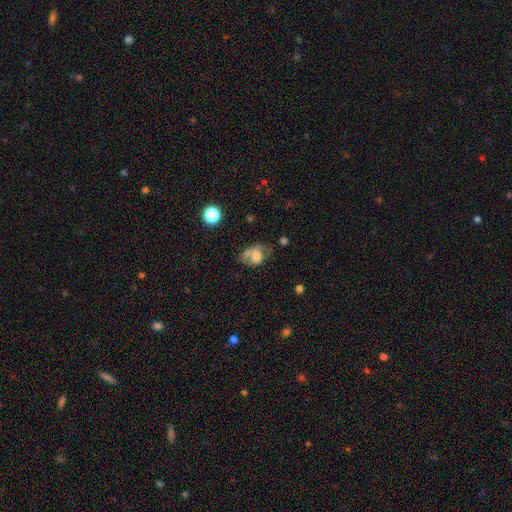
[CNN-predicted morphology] The model was most divided on "merging": none: 36%, minor disturbance: 24%, merger: 22%, major disturbance: 17%. More confident: how rounded — in between (68%); smooth or featured — smooth (56%).